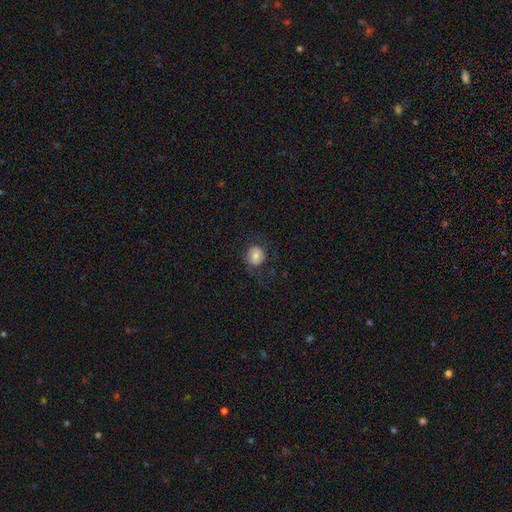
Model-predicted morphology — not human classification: This appears to be a smooth galaxy with no disk features (71%) that is round (83%). Merging: none (76%).